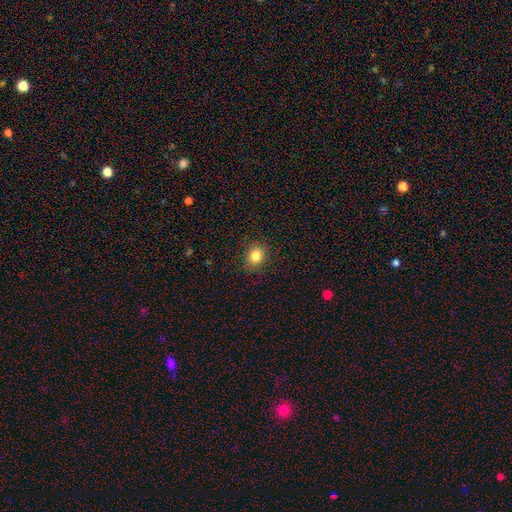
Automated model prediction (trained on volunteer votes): Overall: smooth (83%). How rounded: round (66%; in between 33%). Merging: none (89%).